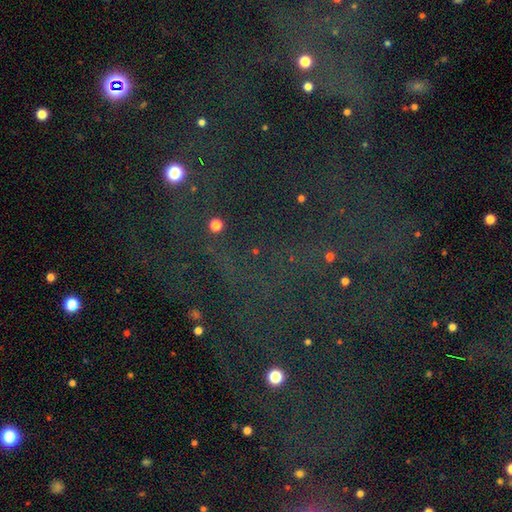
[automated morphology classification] Smooth or featured? Predicted: star or artifact (p=0.78).